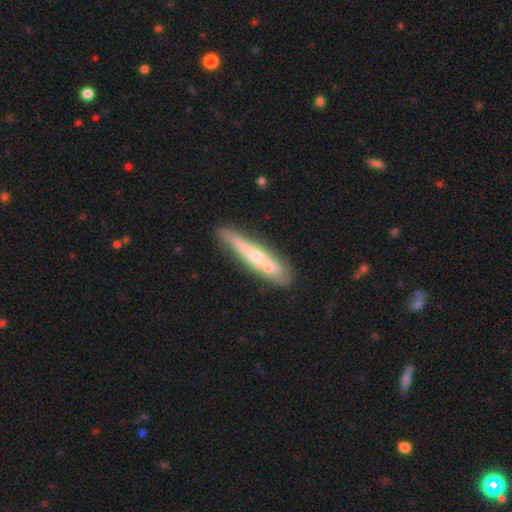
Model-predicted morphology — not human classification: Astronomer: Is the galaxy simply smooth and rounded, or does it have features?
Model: featured or disk — 59%.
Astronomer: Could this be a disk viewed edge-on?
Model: yes — 79%.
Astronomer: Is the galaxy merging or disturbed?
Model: none — 71%.